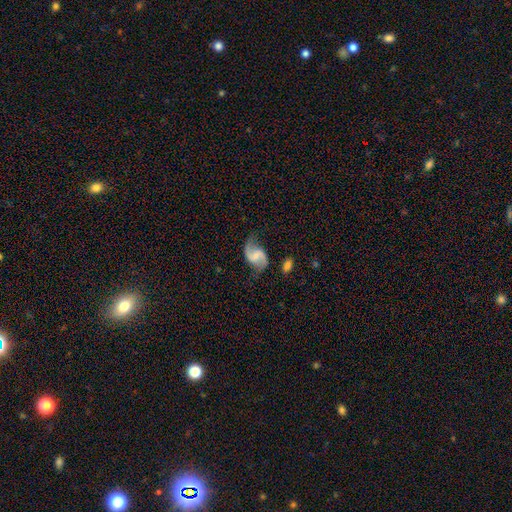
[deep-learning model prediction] Morphology: type=featured or disk (83%); edge-on=no (98%); bar=weak (48%); spiral arms=yes (96%); winding=loose (58%); arm count=2 (92%); bulge=none (46%); merging=none (69%).